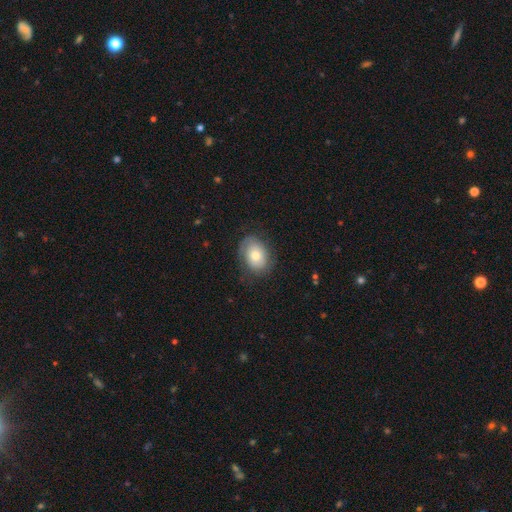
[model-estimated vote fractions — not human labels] smooth 59%, featured or disk 33%, star or artifact 8%. Down the decision tree: how rounded — in between (72%); merging — none (73%).